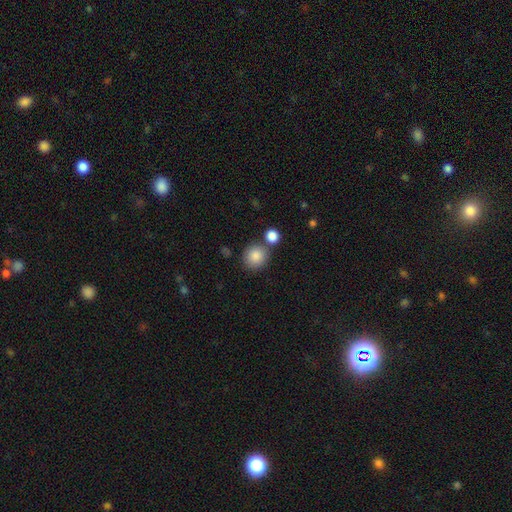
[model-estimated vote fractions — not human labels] This appears to be a smooth galaxy with no disk features (87%) that is round (86%). Merging: none (72%).